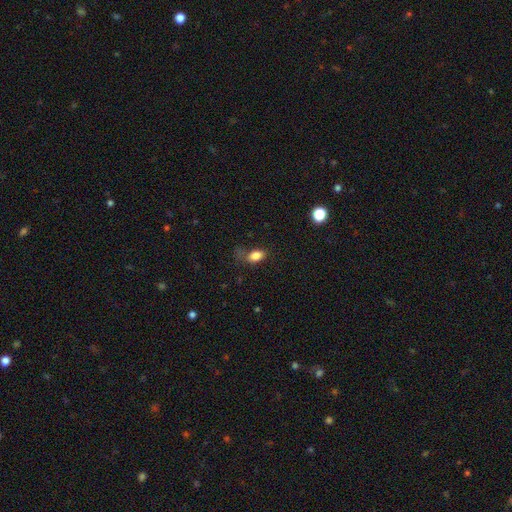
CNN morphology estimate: A smooth galaxy with no disk features (83%) that is in between round and cigar-shaped (85%).

Vote fractions:
- Smooth or featured? smooth: 83% / star or artifact: 10% / featured or disk: 7%
- How rounded? in between: 85% / round: 13% / cigar-shaped: 2%
- Merging? none: 51% / minor disturbance: 27% / major disturbance: 19% / merger: 4%